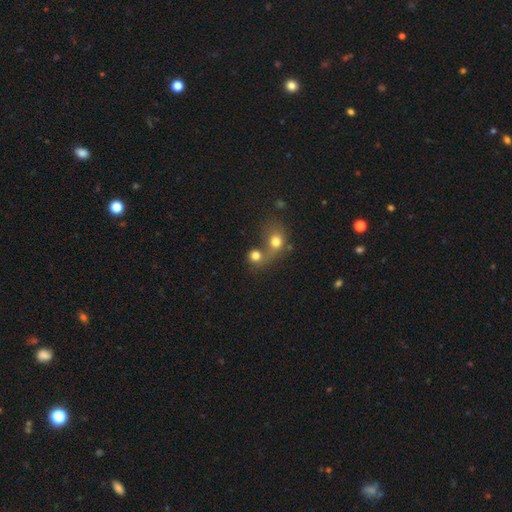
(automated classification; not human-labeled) Q: Smooth or featured?
A: smooth (76%); runner-up: star or artifact (12%)
Q: How rounded?
A: round (79%); runner-up: in between (20%)
Q: Merging?
A: merger (56%); runner-up: none (30%)